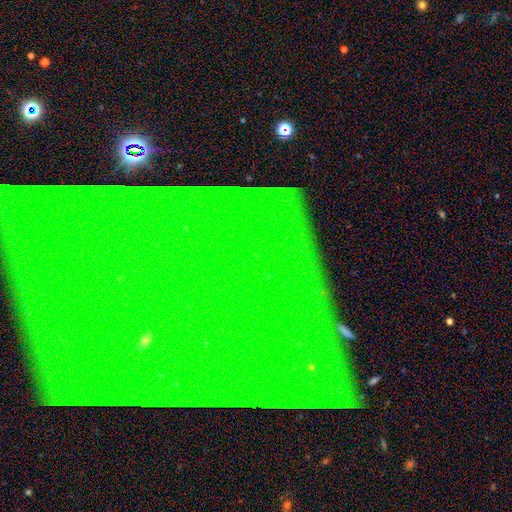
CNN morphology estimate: type=star or artifact (84%).